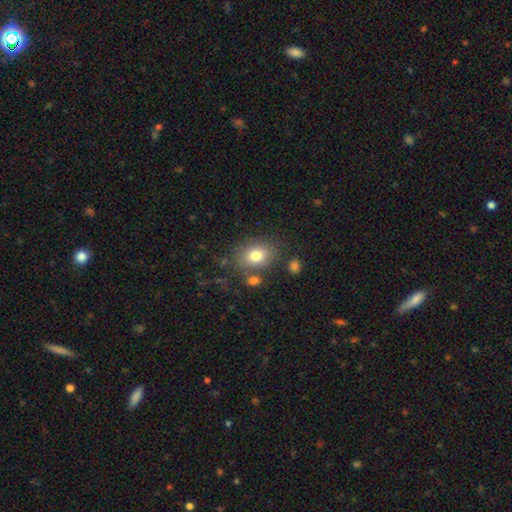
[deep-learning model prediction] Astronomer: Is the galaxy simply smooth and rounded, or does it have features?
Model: smooth — 78%.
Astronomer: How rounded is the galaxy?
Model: in between — 54% (runner-up: round, 45%).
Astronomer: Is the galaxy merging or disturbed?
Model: none — 75%.